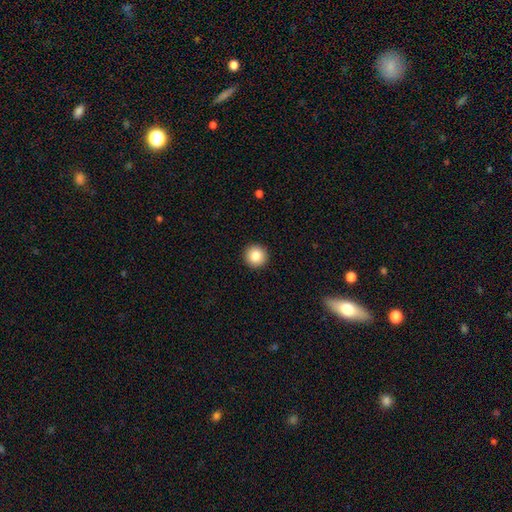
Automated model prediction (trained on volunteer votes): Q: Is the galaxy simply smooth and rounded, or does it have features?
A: smooth — 85%.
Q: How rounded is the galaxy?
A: round — 96%.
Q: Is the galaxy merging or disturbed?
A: none — 93%.